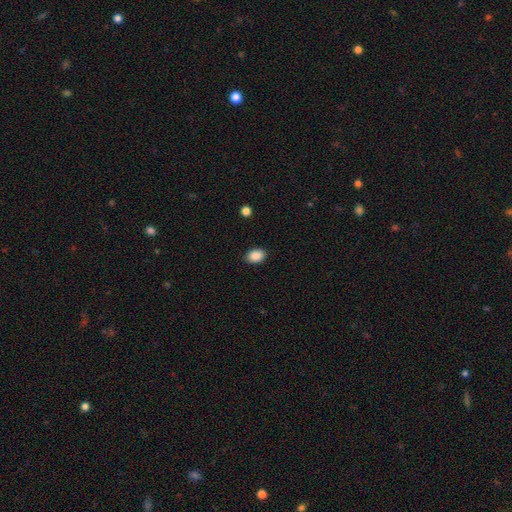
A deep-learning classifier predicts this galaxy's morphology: A smooth galaxy with no disk features (89%) that is in between round and cigar-shaped (82%). Merging: none (88%).